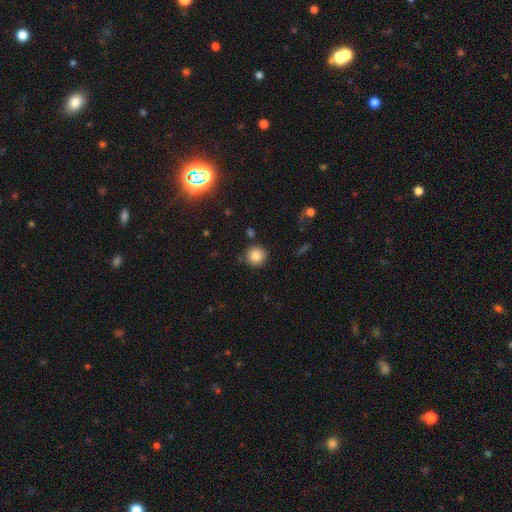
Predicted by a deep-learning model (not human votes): Morphology: type=smooth (84%); roundness=round (94%); merging=none (87%).